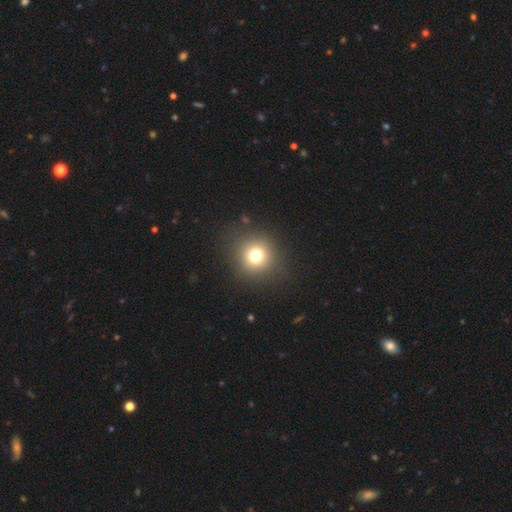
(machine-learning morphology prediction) The model was most divided on "smooth or featured": smooth: 75%, star or artifact: 15%, featured or disk: 10%. More confident: how rounded — round (92%); merging — none (89%).